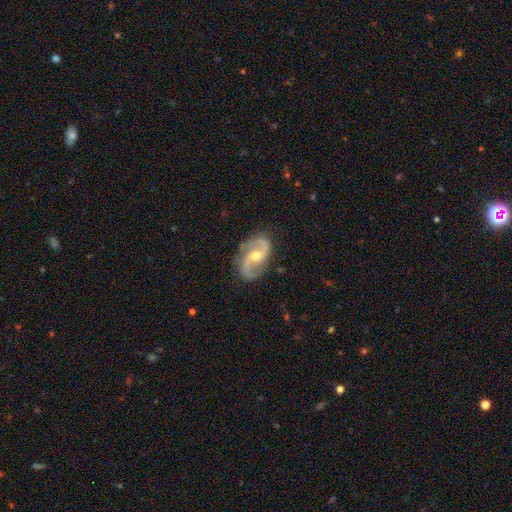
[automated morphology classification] smooth_or_featured: featured or disk (p=0.90) [alt: smooth p=0.06]
disk_edge_on: no (p=0.97) [alt: yes p=0.03]
bar: weak (p=0.41) [tied with: no p=0.41]
has_spiral_arms: yes (p=0.97) [alt: no p=0.03]
spiral_winding: medium (p=0.46) [alt: loose p=0.41]
spiral_arm_count: 2 (p=0.93) [alt: can't tell p=0.02]
bulge_size: moderate (p=0.60) [alt: small p=0.37]
merging: none (p=0.83) [alt: minor disturbance p=0.12]